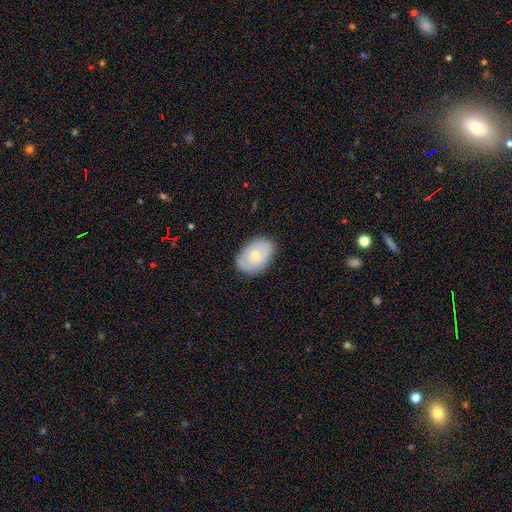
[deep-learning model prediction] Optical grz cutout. It shows a smooth galaxy with no disk features (48%). Merging: none (79%).